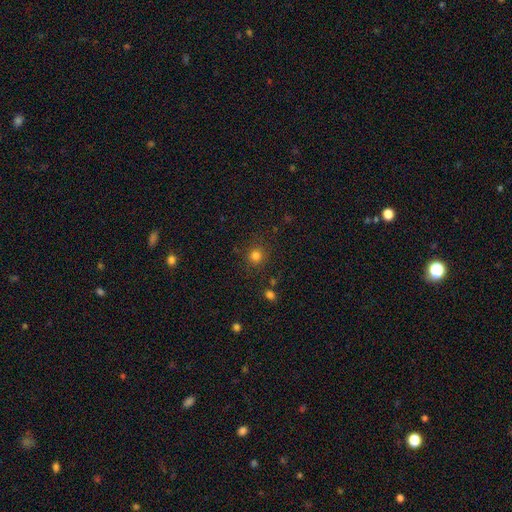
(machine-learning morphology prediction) The model was most divided on "smooth or featured": smooth: 81%, star or artifact: 14%, featured or disk: 5%. More confident: how rounded — round (91%); merging — none (86%).